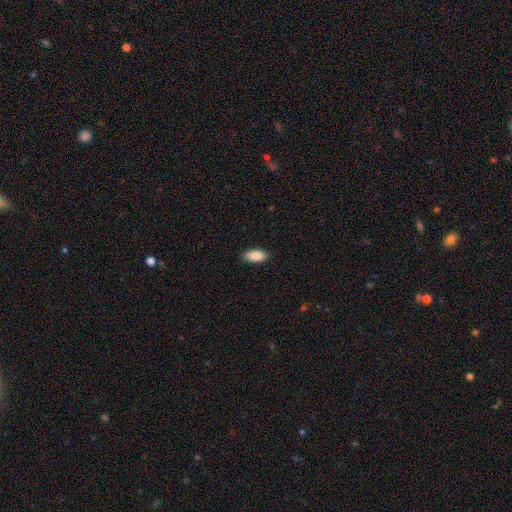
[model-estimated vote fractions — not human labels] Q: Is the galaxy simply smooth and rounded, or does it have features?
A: smooth — 89%.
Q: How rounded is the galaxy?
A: in between — 90%.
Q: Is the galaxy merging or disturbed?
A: none — 88%.